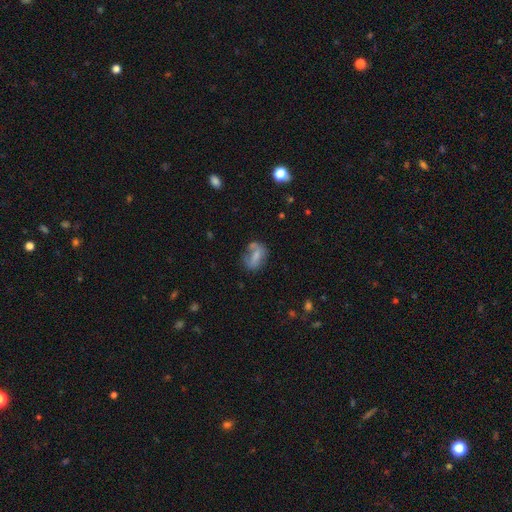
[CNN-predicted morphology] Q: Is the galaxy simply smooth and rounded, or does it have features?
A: smooth — 59%.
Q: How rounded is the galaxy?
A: in between — 70%.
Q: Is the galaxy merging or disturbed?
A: none — 43%.